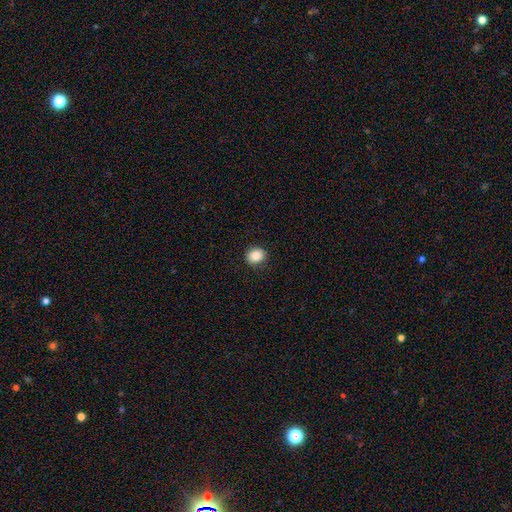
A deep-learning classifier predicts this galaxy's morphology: A smooth galaxy with no disk features (86%) that is round (71%).

Vote fractions:
- Smooth or featured? smooth: 86% / star or artifact: 9% / featured or disk: 5%
- How rounded? round: 71% / in between: 28% / cigar-shaped: 1%
- Merging? none: 89% / minor disturbance: 8% / major disturbance: 2% / merger: 1%